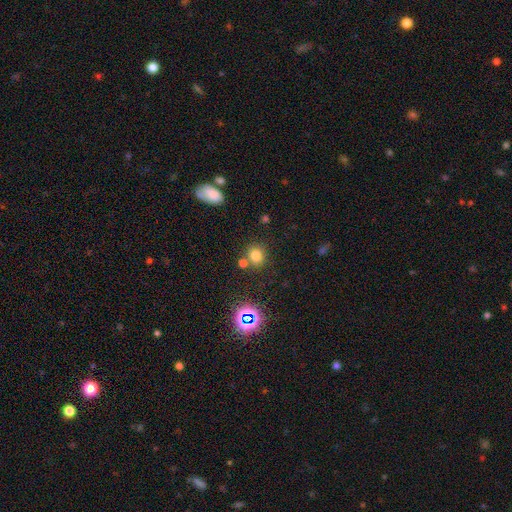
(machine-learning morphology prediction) Smooth or featured? Predicted: smooth (p=0.73). How rounded? Predicted: round (p=0.79). Merging? Predicted: none (p=0.71).